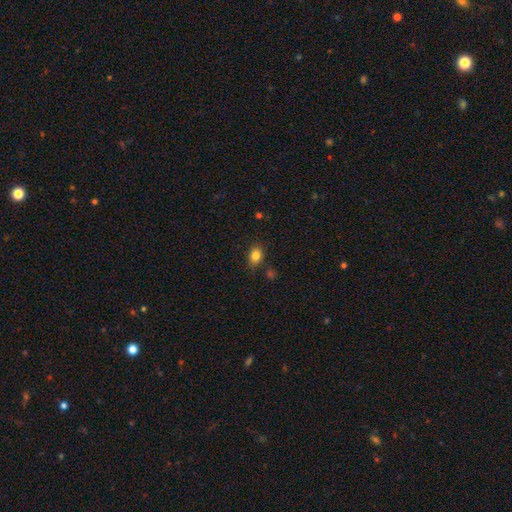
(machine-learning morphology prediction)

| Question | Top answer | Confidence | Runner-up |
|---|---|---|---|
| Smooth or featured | smooth | 82% | star or artifact (11%) |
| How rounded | in between | 65% | round (33%) |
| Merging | none | 77% | minor disturbance (16%) |